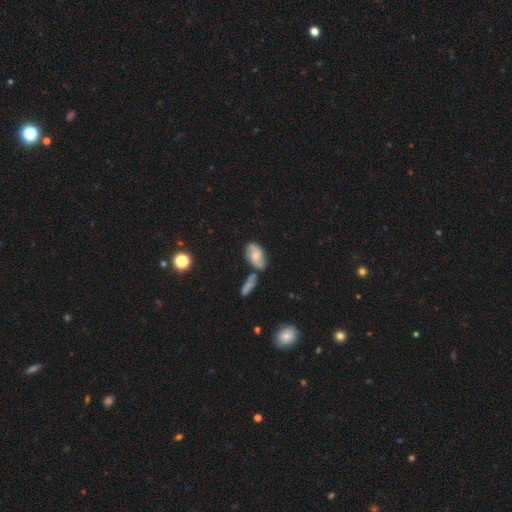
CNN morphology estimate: featured or disk 60%, smooth 32%, star or artifact 8%. Down the decision tree: edge-on disk — no (94%); bar — no (59%); spiral arms — yes (86%); bulge size — moderate (50%); merging — none (52%).